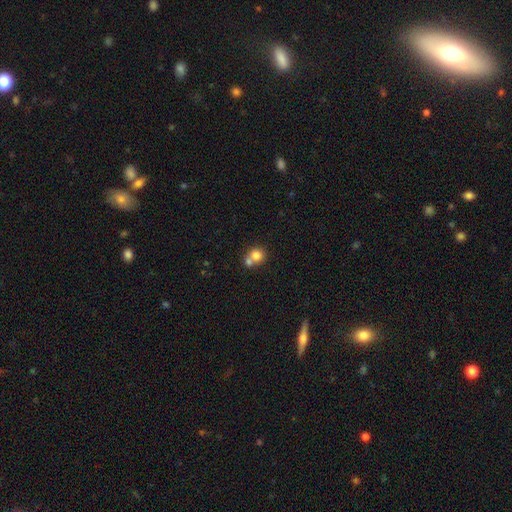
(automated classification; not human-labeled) smooth 78%, featured or disk 12%, star or artifact 10%. Down the decision tree: how rounded — round (84%); merging — merger (50%).